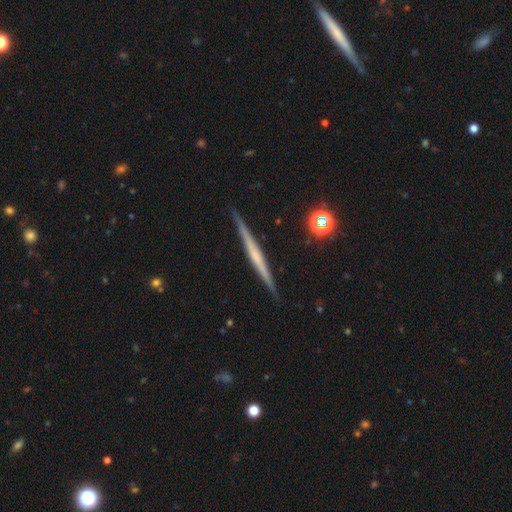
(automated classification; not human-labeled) Q: Smooth or featured?
A: featured or disk (70%); runner-up: smooth (23%)
Q: Edge-on disk?
A: yes (98%); runner-up: no (2%)
Q: Edge-on bulge?
A: none (63%); runner-up: rounded (26%)
Q: Merging?
A: none (91%); runner-up: minor disturbance (7%)